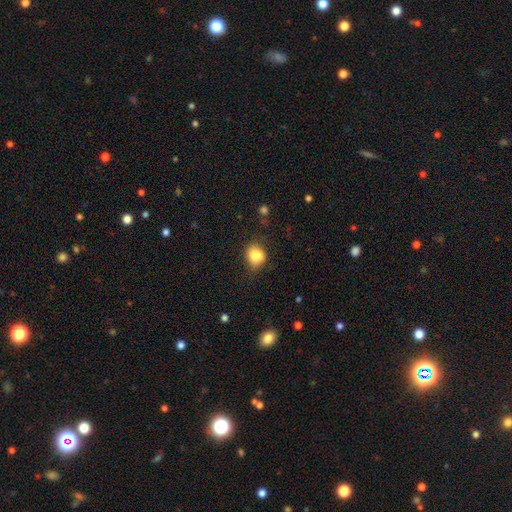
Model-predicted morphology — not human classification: smooth 78%, featured or disk 12%, star or artifact 10%. Down the decision tree: how rounded — round (56%); merging — none (51%).